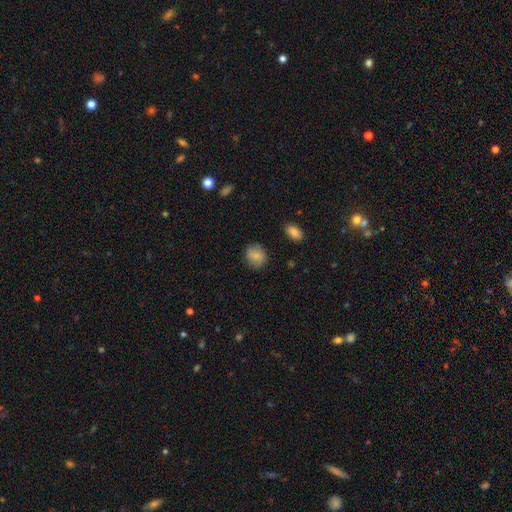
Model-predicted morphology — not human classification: Smooth or featured? Predicted: smooth (p=0.79). How rounded? Predicted: round (p=0.72). Merging? Predicted: none (p=0.81).